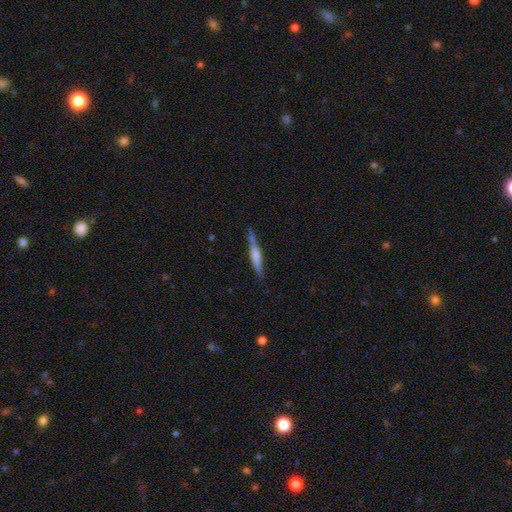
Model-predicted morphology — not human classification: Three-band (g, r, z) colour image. It shows a featured or disk galaxy (47%, tied with smooth). Merging: none (76%).